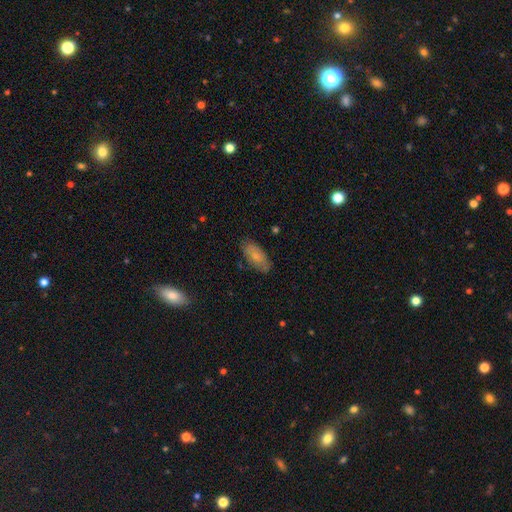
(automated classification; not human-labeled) This appears to be a smooth galaxy with no disk features (72%) that is in between round and cigar-shaped (88%). Merging: none (79%).